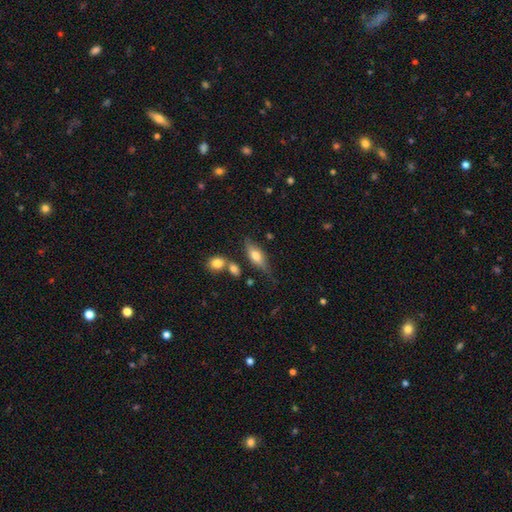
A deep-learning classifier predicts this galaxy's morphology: smooth 58%, featured or disk 34%, star or artifact 7%. Down the decision tree: how rounded — in between (67%); merging — none (66%).